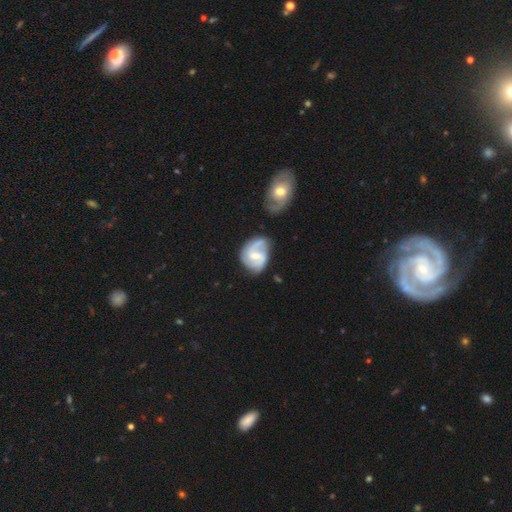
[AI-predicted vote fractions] This appears to be a featured or disk galaxy (76%) with a weak bar (55%), 2 (63%) medium (45%) spiral arms (93%) and a small central bulge (49%). Merging: none (51%).